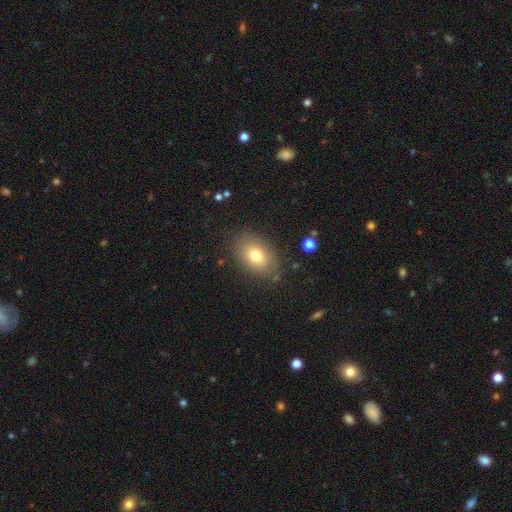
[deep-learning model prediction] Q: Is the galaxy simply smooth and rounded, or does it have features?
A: smooth — 75%.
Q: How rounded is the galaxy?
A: in between — 82%.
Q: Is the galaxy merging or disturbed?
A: none — 82%.